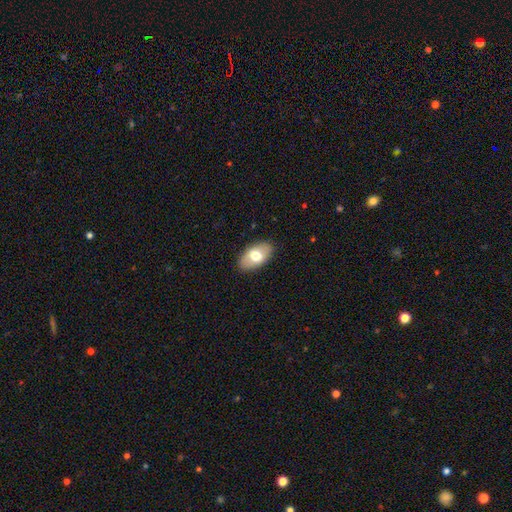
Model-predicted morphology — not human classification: Smooth or featured? smooth (69%)
How rounded? in between (94%)
Merging? none (88%)